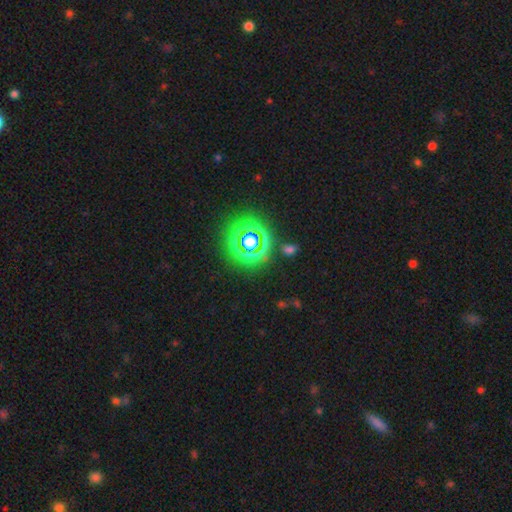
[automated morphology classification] smooth_or_featured: star or artifact (p=0.77) [alt: smooth p=0.17]